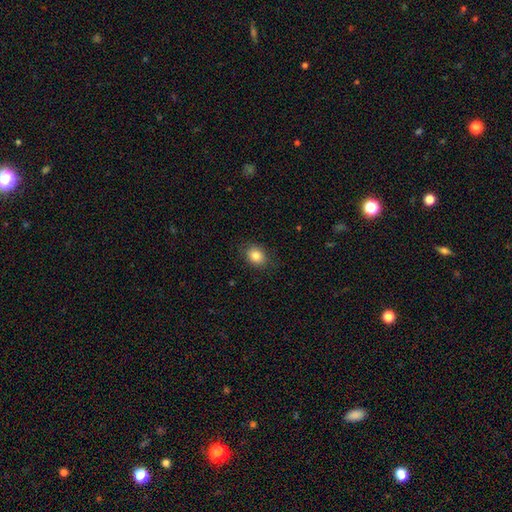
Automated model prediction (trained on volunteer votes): Smooth or featured?
  - smooth: 84% *
  - star or artifact: 9%
  - featured or disk: 7%
How rounded?
  - in between: 56% *
  - round: 43%
  - cigar-shaped: 1%
Merging?
  - none: 85% *
  - minor disturbance: 11%
  - major disturbance: 3%
  - merger: 1%